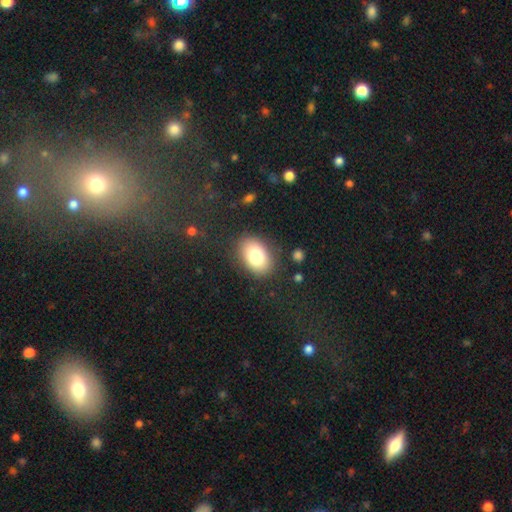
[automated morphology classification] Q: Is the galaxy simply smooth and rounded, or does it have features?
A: smooth — 81%.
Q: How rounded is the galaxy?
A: in between — 85%.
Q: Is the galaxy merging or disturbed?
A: none — 84%.